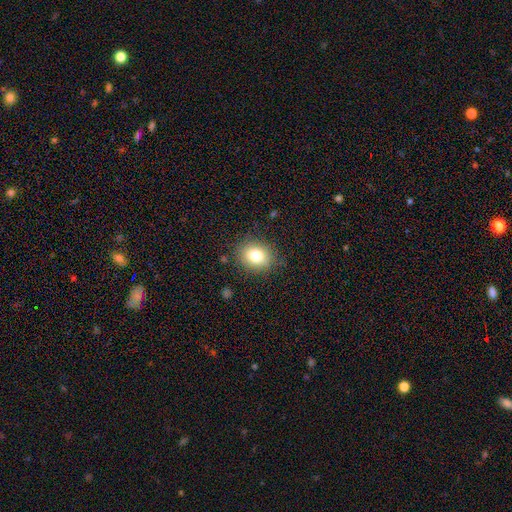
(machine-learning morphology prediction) The model was most divided on "how rounded": round: 63%, in between: 36%, cigar-shaped: 1%. More confident: merging — none (85%); smooth or featured — smooth (79%).